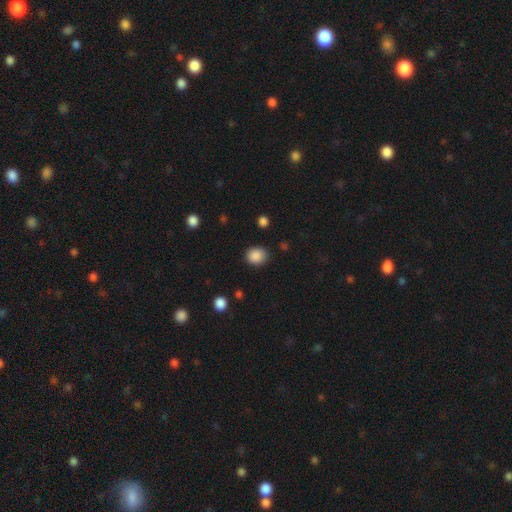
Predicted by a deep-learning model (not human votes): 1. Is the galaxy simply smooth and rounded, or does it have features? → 88% smooth, 9% star or artifact, 3% featured or disk.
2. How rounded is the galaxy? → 69% round, 30% in between, 1% cigar-shaped.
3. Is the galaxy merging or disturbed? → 84% none, 12% minor disturbance, 3% major disturbance, 2% merger.